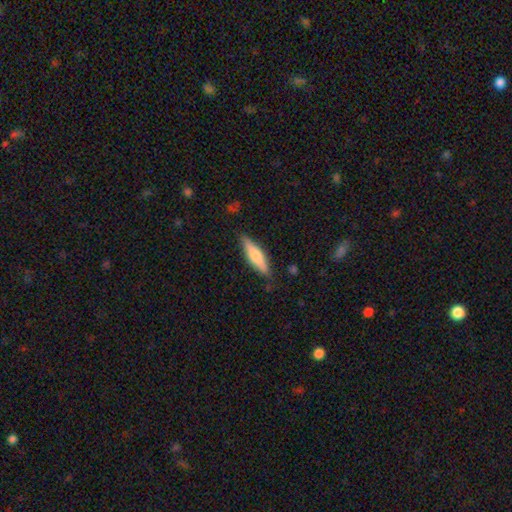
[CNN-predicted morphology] The model was most divided on "smooth or featured": smooth: 58%, featured or disk: 36%, star or artifact: 6%. More confident: merging — none (85%); how rounded — cigar-shaped (72%).